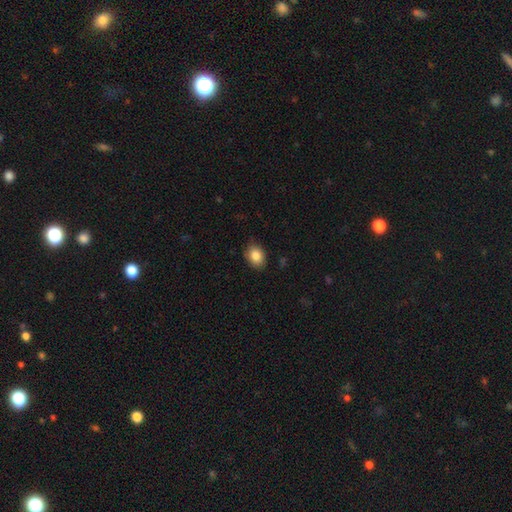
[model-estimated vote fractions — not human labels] smooth_or_featured: smooth (p=0.85) [alt: star or artifact p=0.08]
how_rounded: in between (p=0.67) [alt: round p=0.32]
merging: none (p=0.86) [alt: minor disturbance p=0.11]